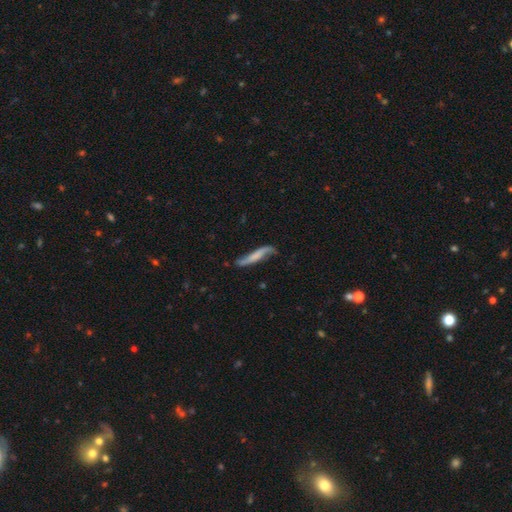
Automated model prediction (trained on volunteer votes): Smooth or featured? featured or disk (60%)
Edge-on disk? no (66%)
Merging? none (60%)